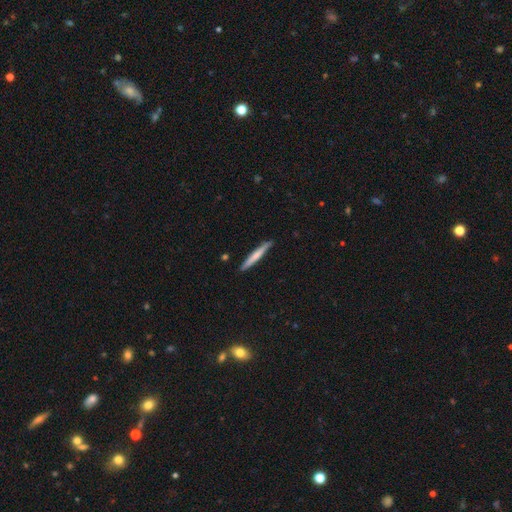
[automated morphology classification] This is likely a smooth galaxy (62%). How rounded: clearly cigar-shaped (96%). Merging: clearly none (89%).